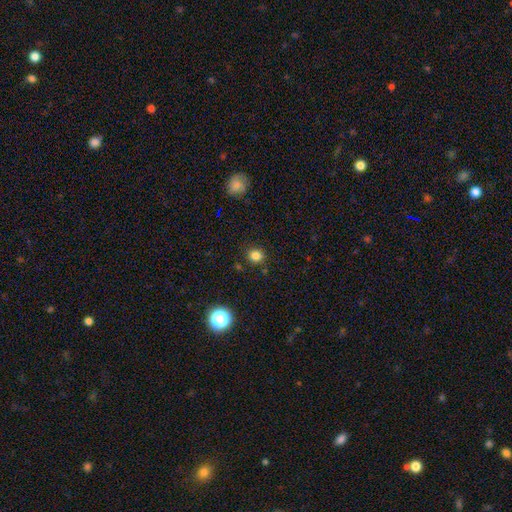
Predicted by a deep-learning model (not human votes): Q: Smooth or featured?
A: smooth (81%); runner-up: star or artifact (14%)
Q: How rounded?
A: round (87%); runner-up: in between (12%)
Q: Merging?
A: none (88%); runner-up: minor disturbance (7%)